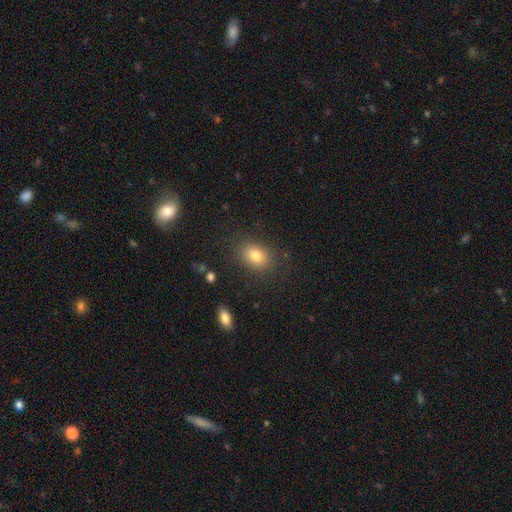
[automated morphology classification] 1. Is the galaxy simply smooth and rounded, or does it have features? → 80% smooth, 11% star or artifact, 9% featured or disk.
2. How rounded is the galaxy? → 63% in between, 36% round, 1% cigar-shaped.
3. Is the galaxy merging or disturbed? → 83% none, 11% minor disturbance, 4% major disturbance, 2% merger.